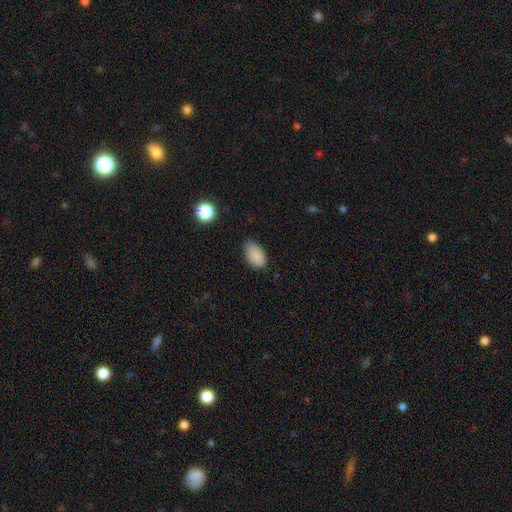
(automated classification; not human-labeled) smooth-or-featured: smooth: 86% | star or artifact: 9% | featured or disk: 5%
  how-rounded: in between: 92% | round: 6% | cigar-shaped: 2%
  merging: none: 65% | minor disturbance: 28% | major disturbance: 5% | merger: 1%